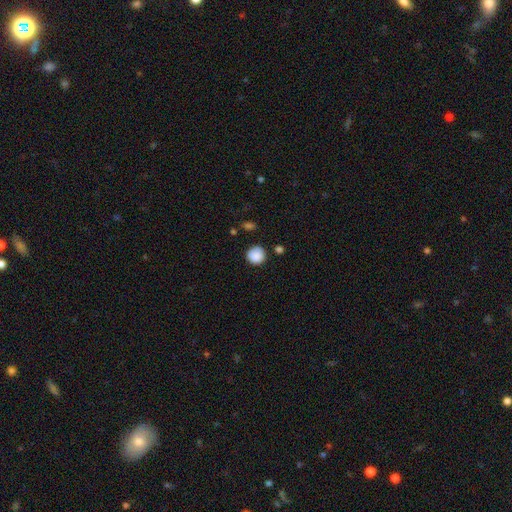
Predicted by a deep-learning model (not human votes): Morphology: type=smooth (88%); roundness=round (93%); merging=none (81%).